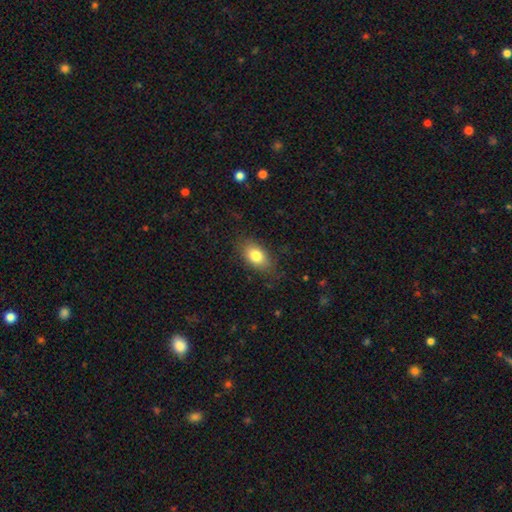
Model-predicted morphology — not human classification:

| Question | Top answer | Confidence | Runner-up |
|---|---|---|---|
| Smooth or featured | smooth | 81% | featured or disk (11%) |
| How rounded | in between | 87% | round (9%) |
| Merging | none | 79% | minor disturbance (16%) |